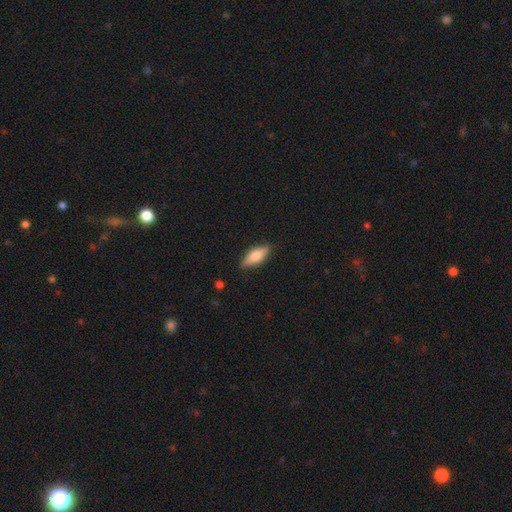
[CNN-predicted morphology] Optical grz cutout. It shows a smooth galaxy with no disk features (64%) that is in between round and cigar-shaped (64%). Merging: none (85%).